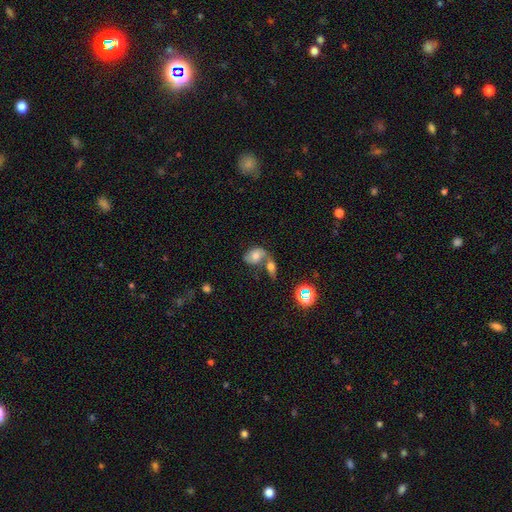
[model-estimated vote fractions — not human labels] Morphology: type=smooth (51%); roundness=in between (75%); merging=merger (54%).